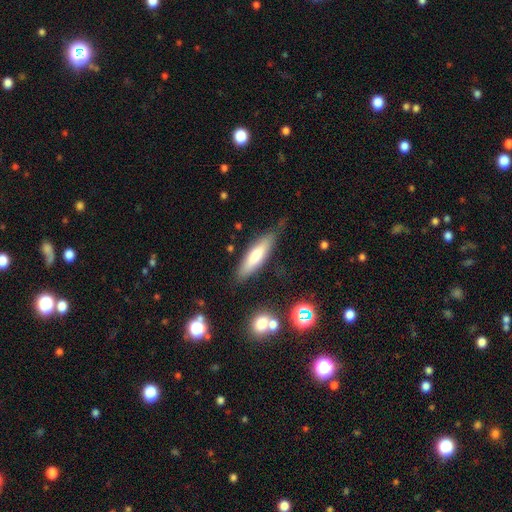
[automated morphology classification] A smooth galaxy with no disk features (69%) that is cigar-shaped (65%). Merging: none (75%).